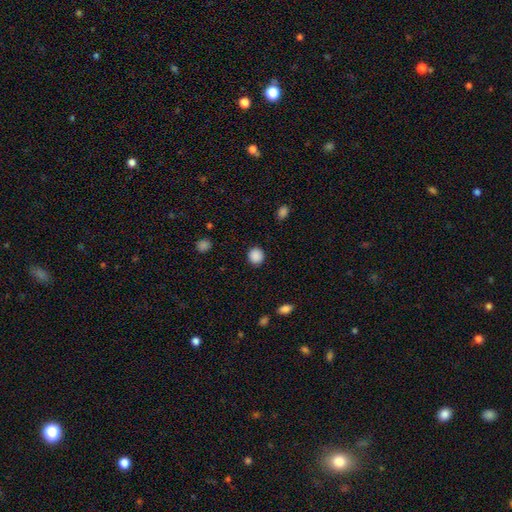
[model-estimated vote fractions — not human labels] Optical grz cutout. It shows a smooth galaxy with no disk features (88%) that is round (84%). Merging: none (90%).